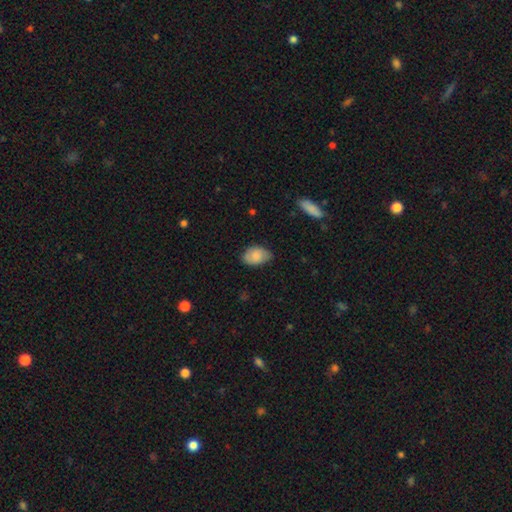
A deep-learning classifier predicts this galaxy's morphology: Smooth or featured?
  - smooth: 82% *
  - featured or disk: 11%
  - star or artifact: 7%
How rounded?
  - in between: 88% *
  - round: 11%
  - cigar-shaped: 1%
Merging?
  - none: 70% *
  - minor disturbance: 25%
  - major disturbance: 4%
  - merger: 1%